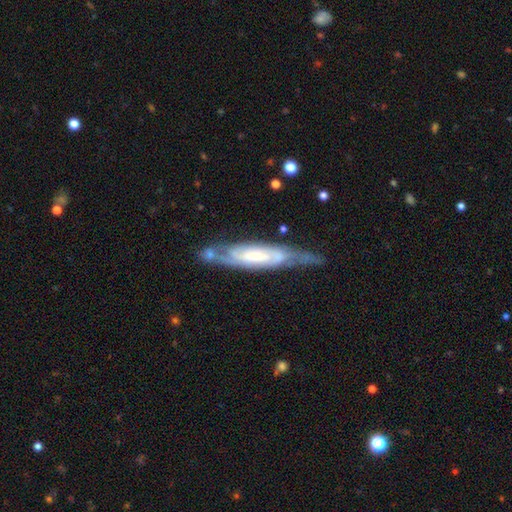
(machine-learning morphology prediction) Smooth or featured: featured or disk — 78% (smooth — 17%)
Edge-on disk: no — 64% (yes — 36%)
Merging: none — 59% (minor disturbance — 25%)